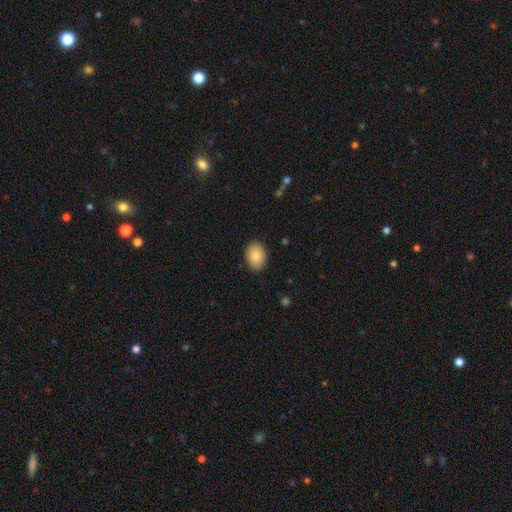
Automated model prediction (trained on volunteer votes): Q: Smooth or featured?
A: smooth (83%); runner-up: featured or disk (10%)
Q: How rounded?
A: in between (77%); runner-up: round (22%)
Q: Merging?
A: none (89%); runner-up: minor disturbance (8%)